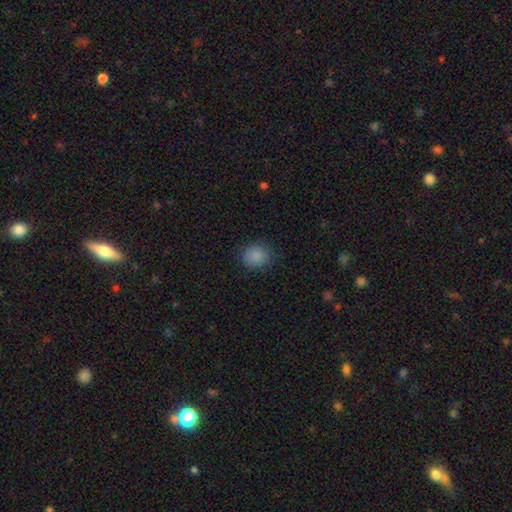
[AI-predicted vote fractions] Morphology: type=smooth (87%); roundness=round (80%); merging=none (84%).